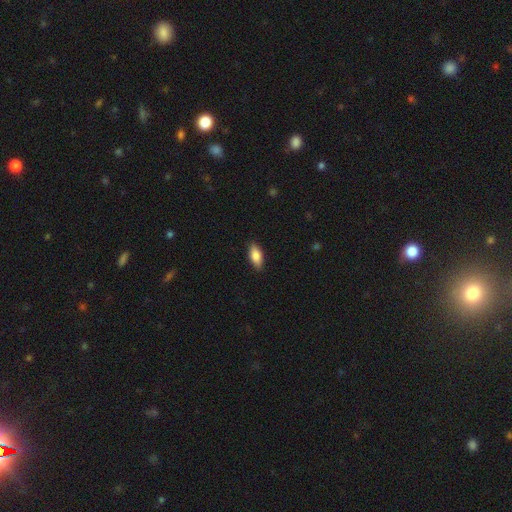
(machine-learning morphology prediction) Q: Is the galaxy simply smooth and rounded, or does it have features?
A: smooth — 83%.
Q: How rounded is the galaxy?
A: in between — 85%.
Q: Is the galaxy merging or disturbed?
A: none — 88%.